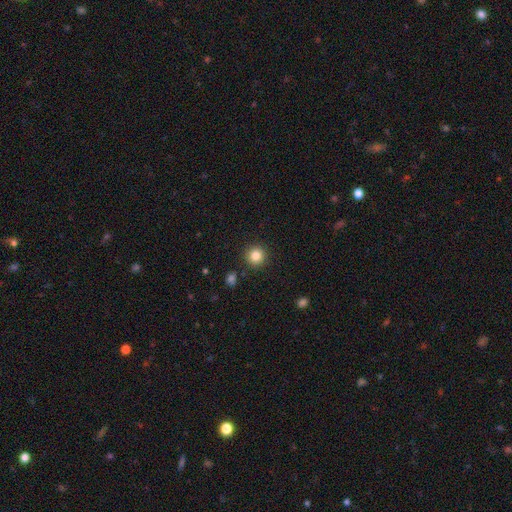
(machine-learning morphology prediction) Q: Smooth or featured?
A: smooth (84%); runner-up: star or artifact (11%)
Q: How rounded?
A: round (94%); runner-up: in between (5%)
Q: Merging?
A: none (91%); runner-up: minor disturbance (6%)